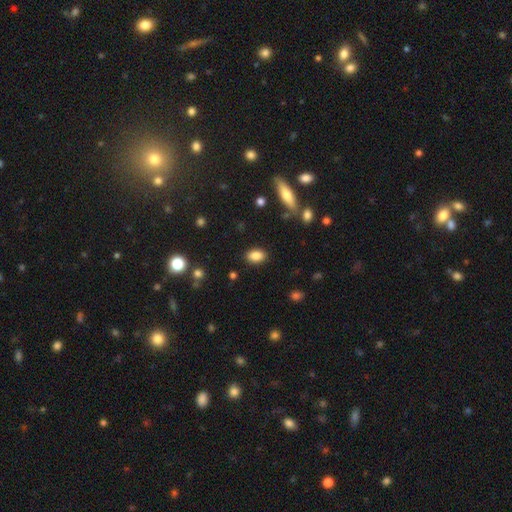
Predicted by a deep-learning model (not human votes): Morphology: type=smooth (86%); roundness=in between (87%); merging=none (87%).